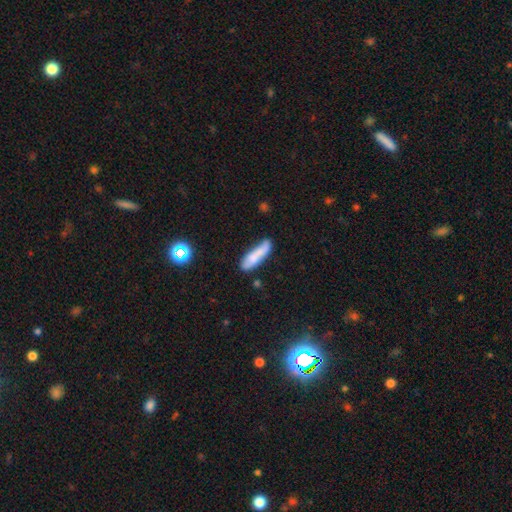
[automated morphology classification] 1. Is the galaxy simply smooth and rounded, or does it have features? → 72% smooth, 20% featured or disk, 7% star or artifact.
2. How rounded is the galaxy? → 69% cigar-shaped, 30% in between, 2% round.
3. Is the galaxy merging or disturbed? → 60% none, 26% minor disturbance, 7% major disturbance, 7% merger.